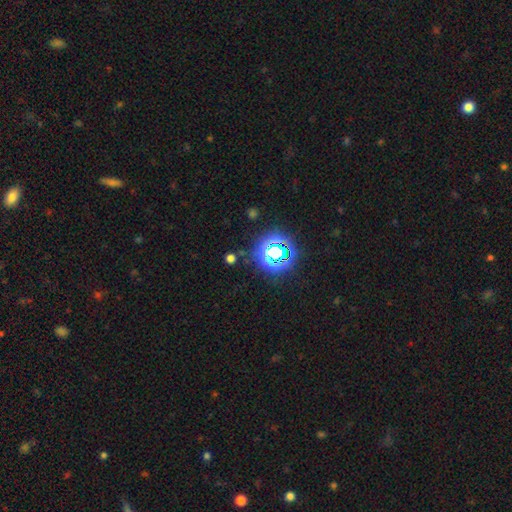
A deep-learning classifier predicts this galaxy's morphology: Smooth or featured? star or artifact (78%)